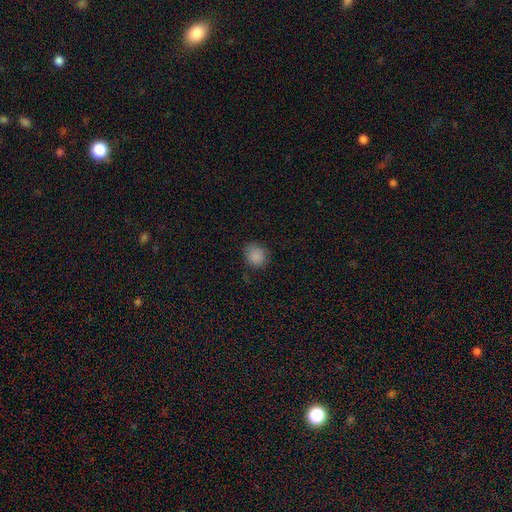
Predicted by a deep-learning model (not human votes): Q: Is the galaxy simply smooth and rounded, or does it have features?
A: smooth — 87%.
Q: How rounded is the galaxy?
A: round — 77%.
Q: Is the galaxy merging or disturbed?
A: none — 81%.